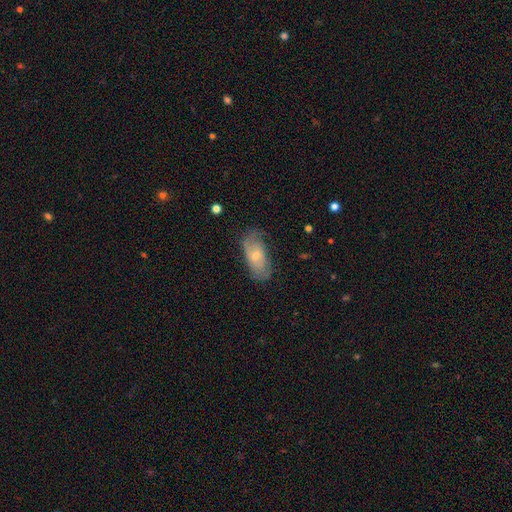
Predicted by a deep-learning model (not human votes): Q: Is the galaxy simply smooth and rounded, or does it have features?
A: featured or disk — 48%.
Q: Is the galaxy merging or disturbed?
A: none — 60%.